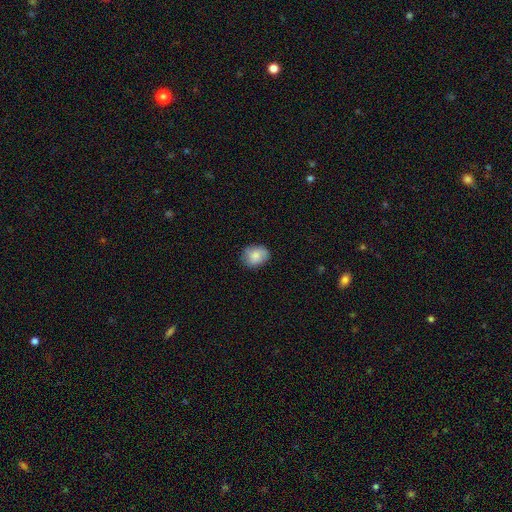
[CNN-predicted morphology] Smooth or featured? Predicted: smooth (p=0.84). How rounded? Predicted: in between (p=0.53). Merging? Predicted: none (p=0.80).